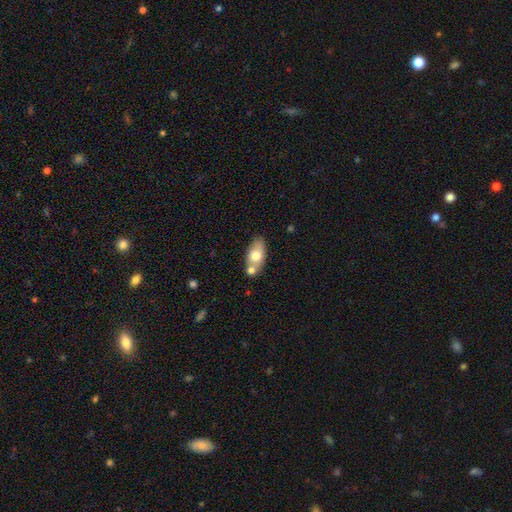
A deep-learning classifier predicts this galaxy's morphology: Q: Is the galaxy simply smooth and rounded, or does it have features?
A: smooth — 69%.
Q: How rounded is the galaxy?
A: in between — 86%.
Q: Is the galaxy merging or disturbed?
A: none — 55%.